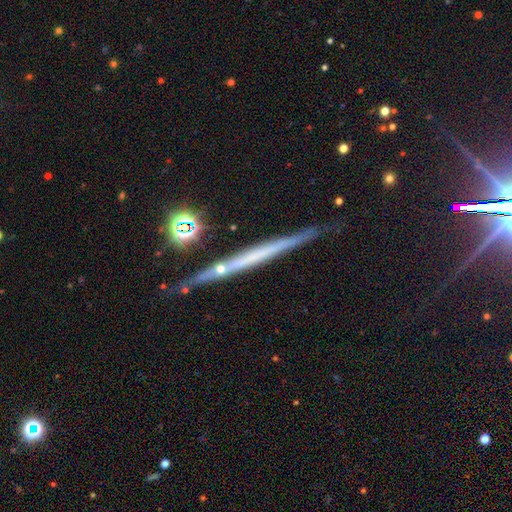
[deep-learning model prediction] Overall: featured or disk (60%; smooth 27%). Edge-on disk: yes (96%). Edge-on bulge: none (86%). Merging: none (82%).